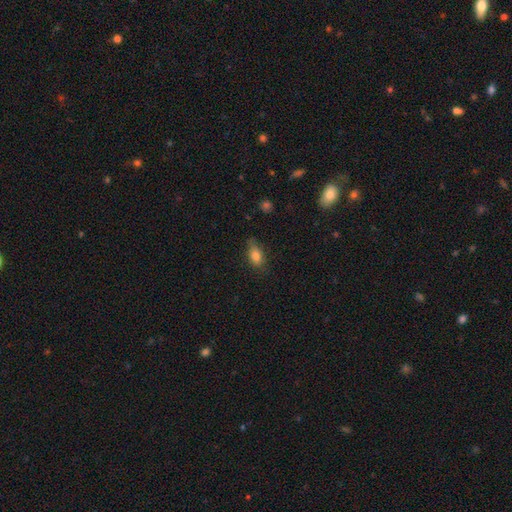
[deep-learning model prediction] Overall: smooth (83%). How rounded: in between (85%). Merging: none (67%).